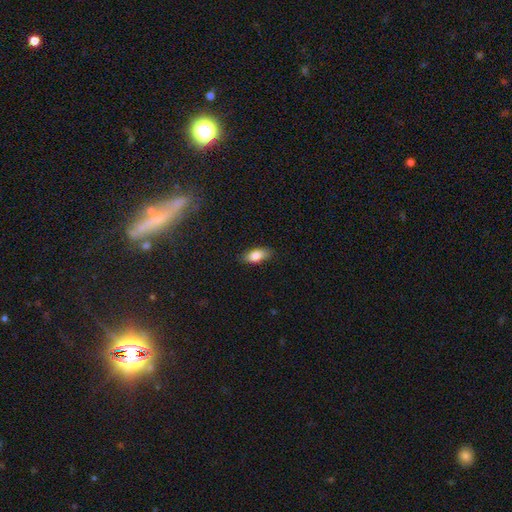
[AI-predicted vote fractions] Overall: smooth (84%). How rounded: in between (86%). Merging: none (84%).